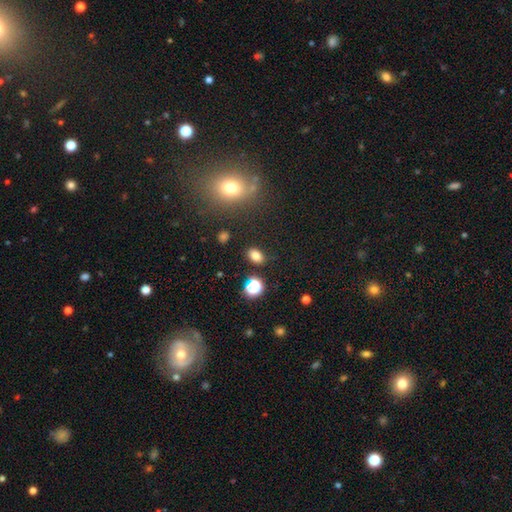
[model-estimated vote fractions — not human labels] This appears to be a smooth galaxy with no disk features (79%) that is in between round and cigar-shaped (79%). Merging: none (83%).